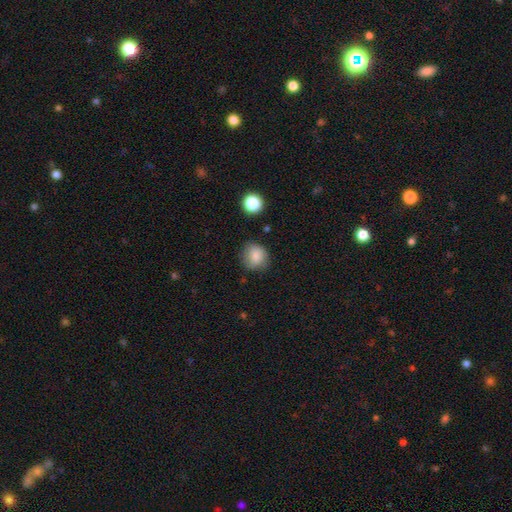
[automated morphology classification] type=smooth (83%); roundness=round (80%); merging=none (74%).